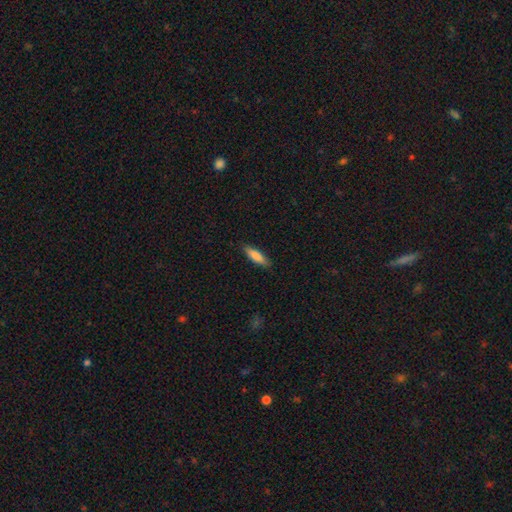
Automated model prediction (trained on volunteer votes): A smooth galaxy with no disk features (80%) that is cigar-shaped (61%). Merging: none (88%).